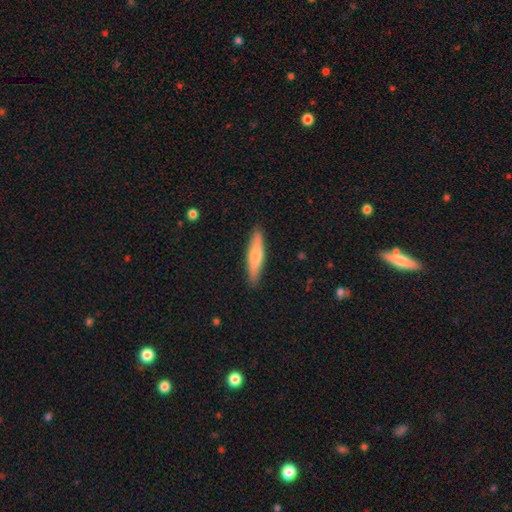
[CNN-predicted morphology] smooth 65%, featured or disk 30%, star or artifact 5%. Down the decision tree: how rounded — cigar-shaped (83%); merging — none (89%).